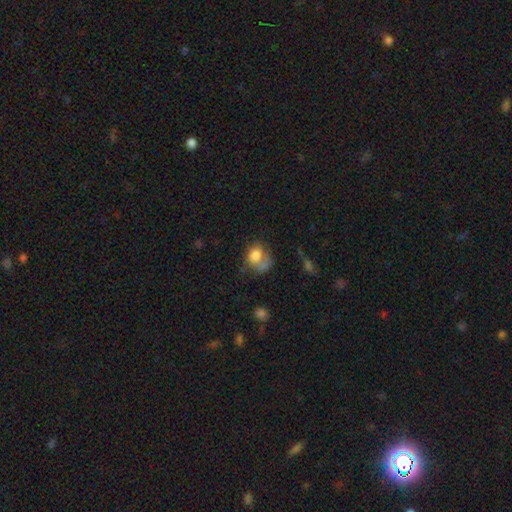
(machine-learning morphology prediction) Q: Smooth or featured?
A: smooth (71%); runner-up: featured or disk (19%)
Q: How rounded?
A: round (54%); runner-up: in between (45%)
Q: Merging?
A: none (32%); runner-up: major disturbance (26%)